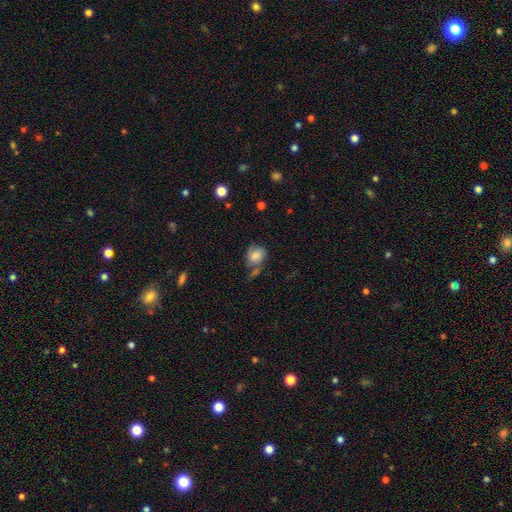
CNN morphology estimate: This is likely a smooth galaxy (77%). How rounded: likely round (61%). Merging: possibly none (47%).